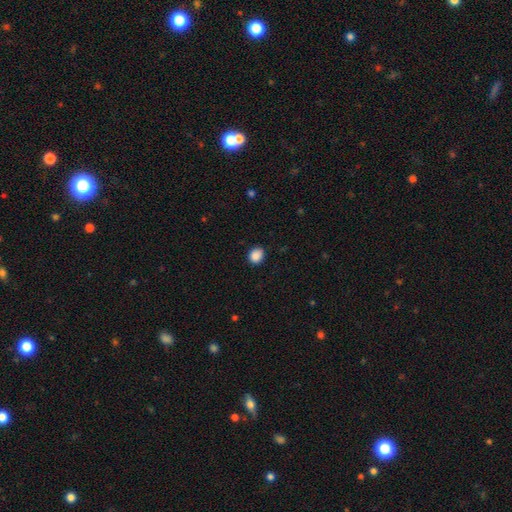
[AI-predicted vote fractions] Overall: smooth (88%). How rounded: round (68%; in between 31%). Merging: none (87%).